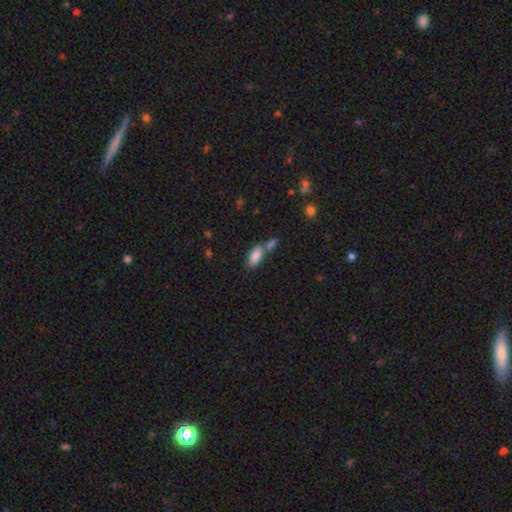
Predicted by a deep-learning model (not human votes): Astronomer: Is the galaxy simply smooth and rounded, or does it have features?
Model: smooth — 85%.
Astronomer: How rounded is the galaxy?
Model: in between — 90%.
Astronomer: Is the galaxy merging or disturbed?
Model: merger — 43% (runner-up: none, 42%).